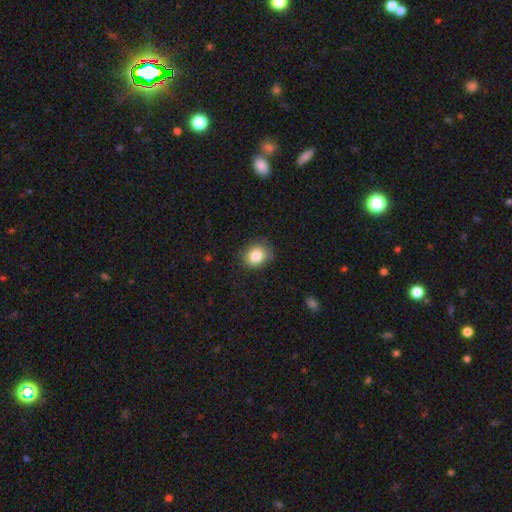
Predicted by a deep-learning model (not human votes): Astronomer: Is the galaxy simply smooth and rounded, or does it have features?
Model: smooth — 84%.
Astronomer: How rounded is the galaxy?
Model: round — 64%.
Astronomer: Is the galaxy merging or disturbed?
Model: none — 79%.